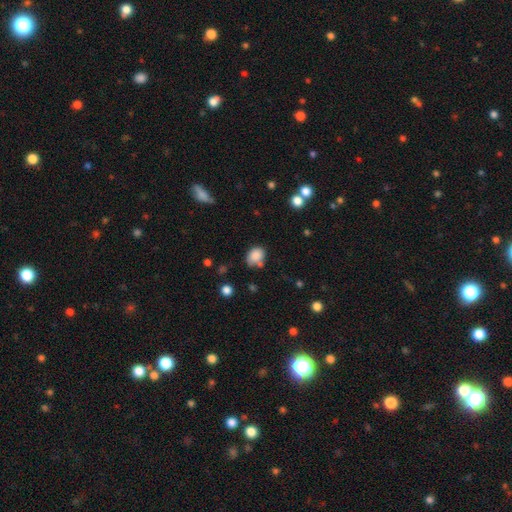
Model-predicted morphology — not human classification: type=smooth (85%); roundness=in between (60%); merging=none (60%).